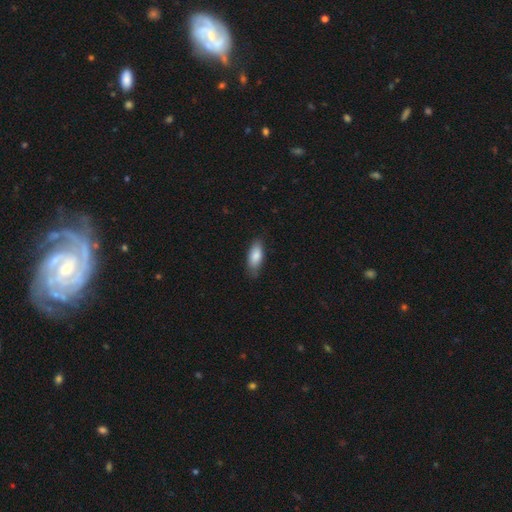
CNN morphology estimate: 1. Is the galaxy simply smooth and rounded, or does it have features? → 85% smooth, 9% featured or disk, 6% star or artifact.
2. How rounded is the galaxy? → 79% in between, 18% cigar-shaped, 2% round.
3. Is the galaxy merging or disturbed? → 77% none, 18% minor disturbance, 3% major disturbance, 1% merger.